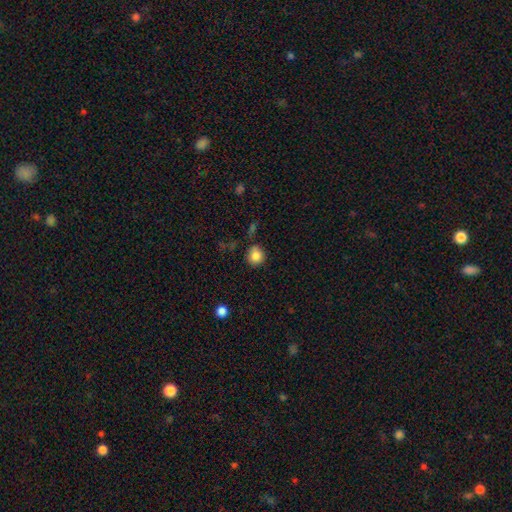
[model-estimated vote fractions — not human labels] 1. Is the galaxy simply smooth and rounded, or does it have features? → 84% smooth, 10% star or artifact, 6% featured or disk.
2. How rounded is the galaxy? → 87% round, 12% in between, 1% cigar-shaped.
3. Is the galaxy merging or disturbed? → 77% none, 15% minor disturbance, 4% major disturbance, 3% merger.